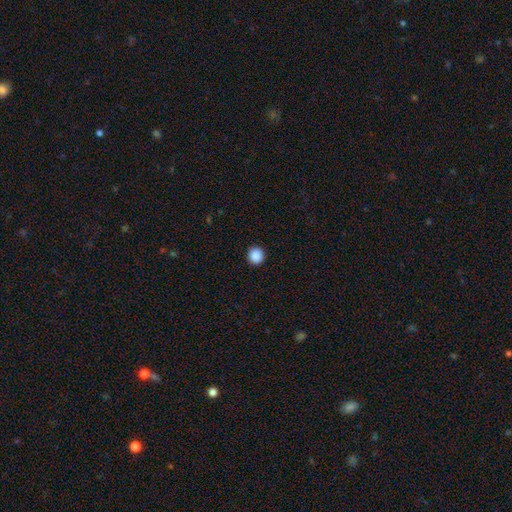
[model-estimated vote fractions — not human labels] Q: Smooth or featured?
A: smooth (89%); runner-up: star or artifact (9%)
Q: How rounded?
A: round (93%); runner-up: in between (6%)
Q: Merging?
A: none (93%); runner-up: minor disturbance (4%)